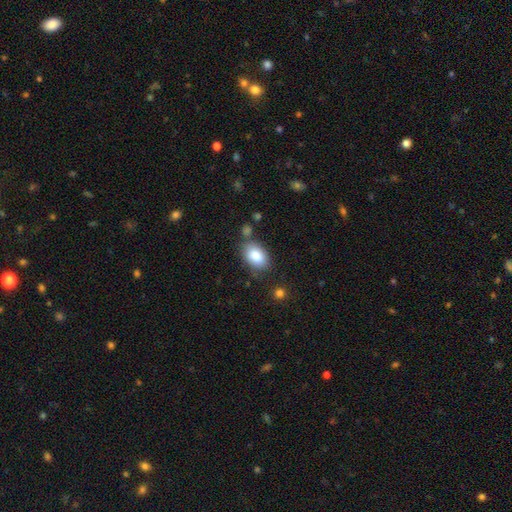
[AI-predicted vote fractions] smooth-or-featured: smooth: 85% | featured or disk: 7% | star or artifact: 7%
  how-rounded: in between: 88% | round: 10% | cigar-shaped: 1%
  merging: none: 71% | minor disturbance: 17% | merger: 7% | major disturbance: 5%